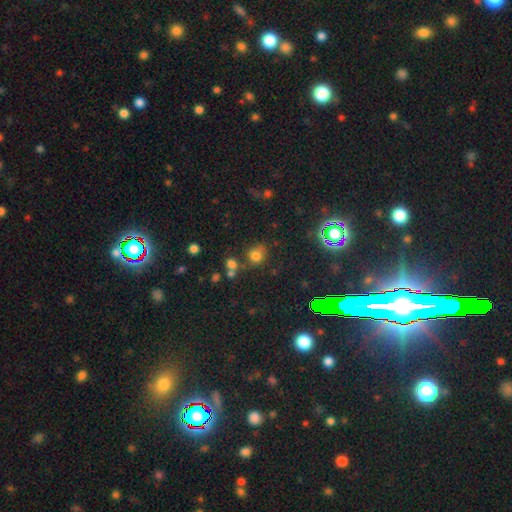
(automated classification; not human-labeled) Smooth or featured?
  - smooth: 70% *
  - star or artifact: 22%
  - featured or disk: 8%
How rounded?
  - round: 82% *
  - in between: 17%
  - cigar-shaped: 1%
Merging?
  - none: 68% *
  - merger: 14%
  - minor disturbance: 13%
  - major disturbance: 6%